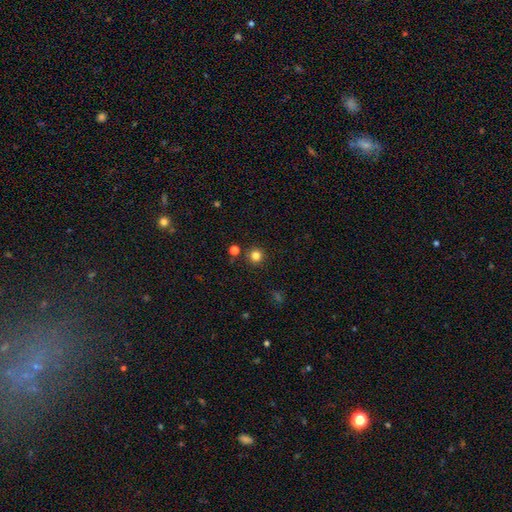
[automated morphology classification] This is clearly a smooth galaxy (81%). How rounded: clearly round (95%). Merging: clearly none (90%).